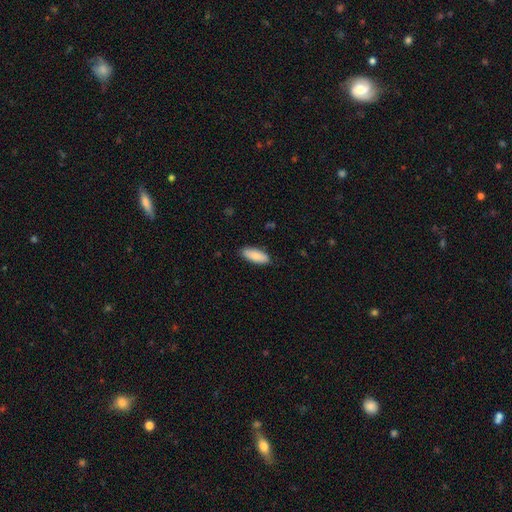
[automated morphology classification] A smooth galaxy with no disk features (86%) that is in between round and cigar-shaped (73%). Merging: none (88%).